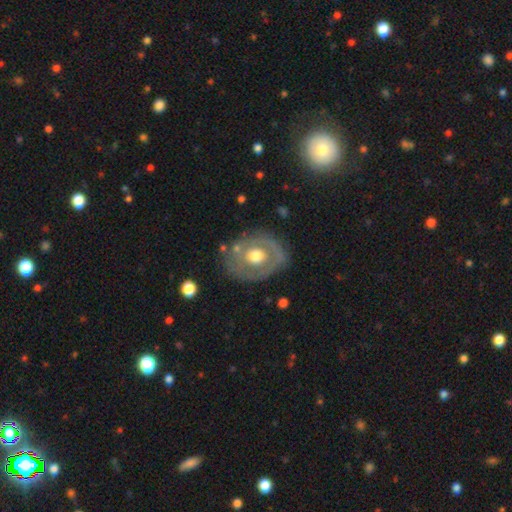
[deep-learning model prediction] Q: Smooth or featured?
A: featured or disk (58%); runner-up: smooth (36%)
Q: Edge-on disk?
A: no (95%); runner-up: yes (5%)
Q: Bar?
A: no (86%); runner-up: weak (11%)
Q: Spiral arms?
A: no (77%); runner-up: yes (23%)
Q: Bulge size?
A: moderate (66%); runner-up: large (24%)
Q: Merging?
A: none (73%); runner-up: minor disturbance (17%)